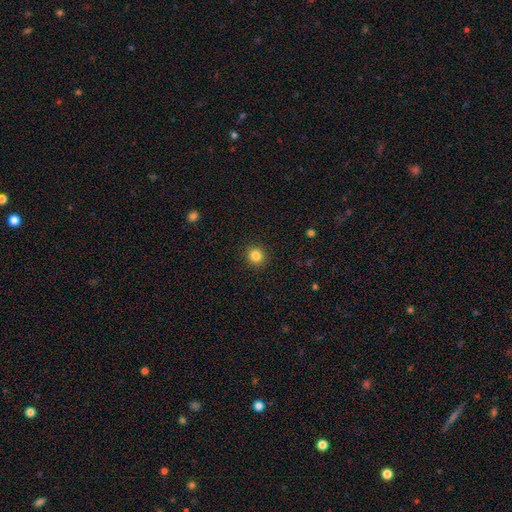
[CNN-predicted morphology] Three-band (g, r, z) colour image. It shows a smooth galaxy with no disk features (84%) that is round (92%). Merging: none (92%).